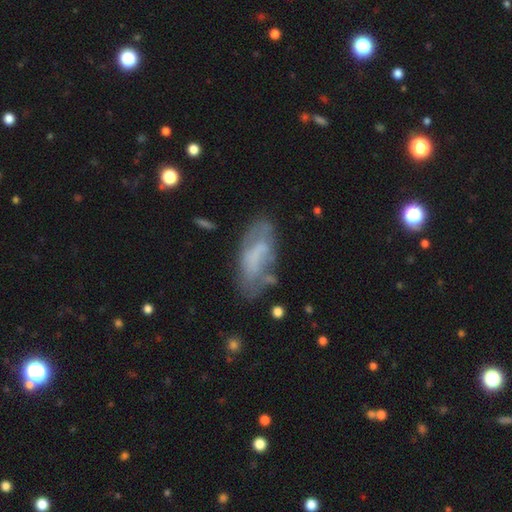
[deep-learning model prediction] Smooth or featured: featured or disk — 46% (smooth — 45%)
Merging: none — 55% (minor disturbance — 25%)